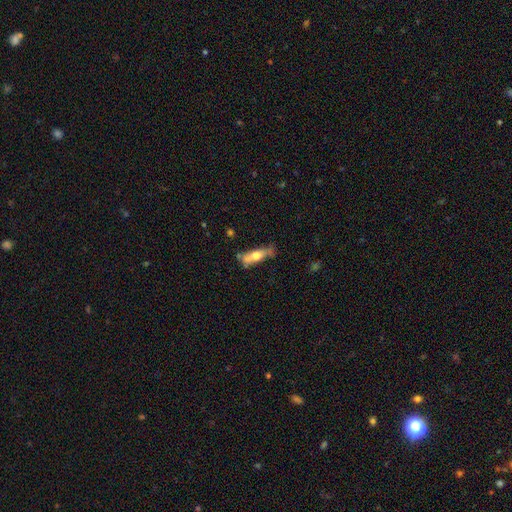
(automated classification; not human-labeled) smooth-or-featured: smooth: 52% | featured or disk: 41% | star or artifact: 7%
  how-rounded: cigar-shaped: 52% | in between: 45% | round: 3%
  merging: none: 48% | minor disturbance: 26% | merger: 15% | major disturbance: 11%